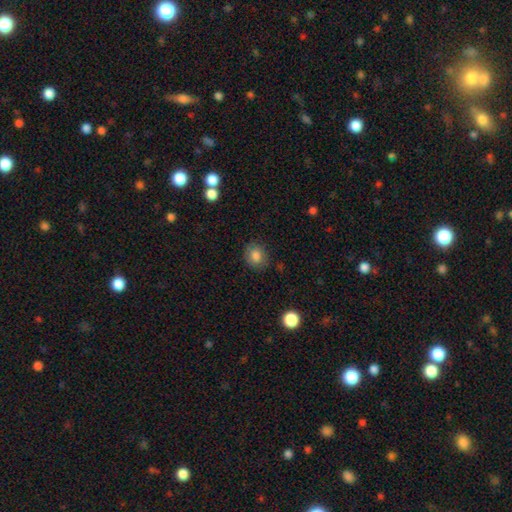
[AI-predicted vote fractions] Smooth or featured?
  - smooth: 81% *
  - star or artifact: 10%
  - featured or disk: 9%
How rounded?
  - round: 72% *
  - in between: 27%
  - cigar-shaped: 1%
Merging?
  - none: 80% *
  - minor disturbance: 15%
  - major disturbance: 4%
  - merger: 2%